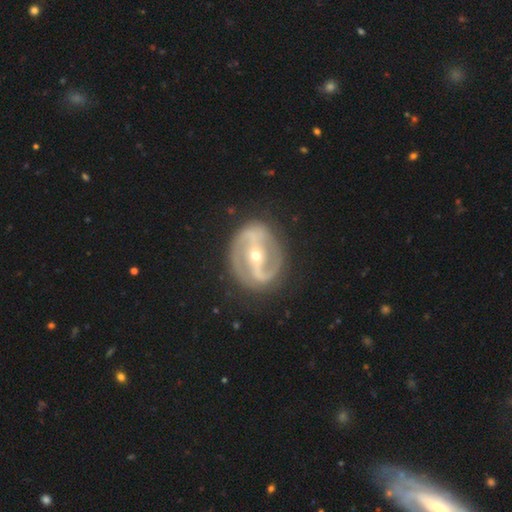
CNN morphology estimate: Overall: featured or disk (88%). Edge-on disk: no (96%). Bar: strong (65%). Spiral arms: yes (89%). Spiral arm count: 2 (88%). Spiral winding: medium (47%; tight 33%). Bulge size: small (62%; moderate 35%). Merging: none (81%).